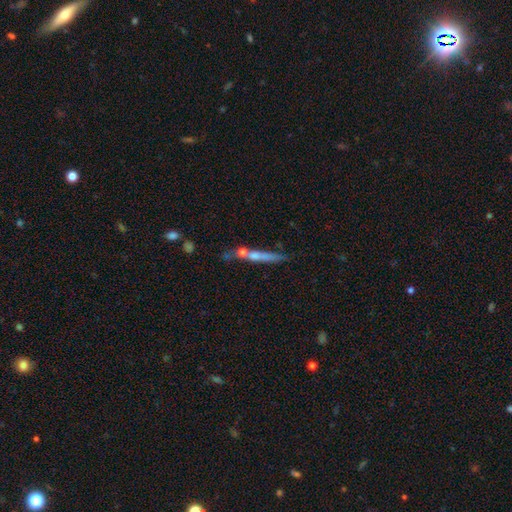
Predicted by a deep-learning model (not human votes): This appears to be a featured or disk galaxy (50%) viewed edge-on (88%). Merging: none (67%).